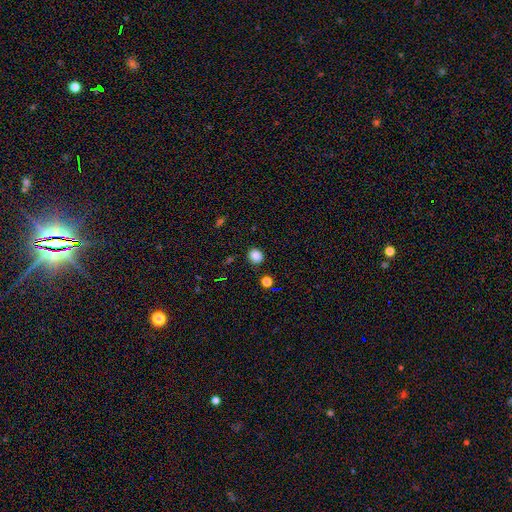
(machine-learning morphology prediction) Overall: smooth (84%). How rounded: round (71%). Merging: none (86%).